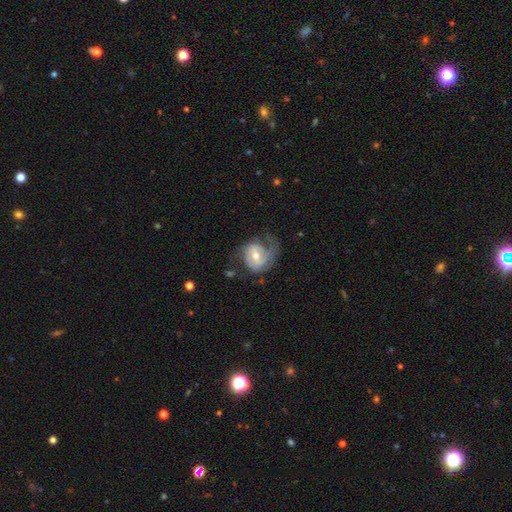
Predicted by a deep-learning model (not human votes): This is likely a featured or disk galaxy (75%). It is clearly not viewed edge-on (97%). Bar: possibly weak (45%). Spiral arm pattern: clearly yes (88%). Spiral arm count: possibly 2 (49%). Spiral winding: marginally medium (41%). Central bulge: likely moderate (62%). Merging: possibly none (46%).